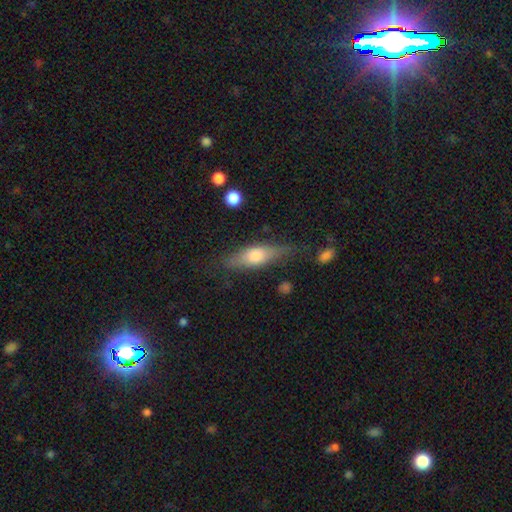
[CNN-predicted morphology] A smooth galaxy with no disk features (55%) that is cigar-shaped (50%). Merging: none (73%).